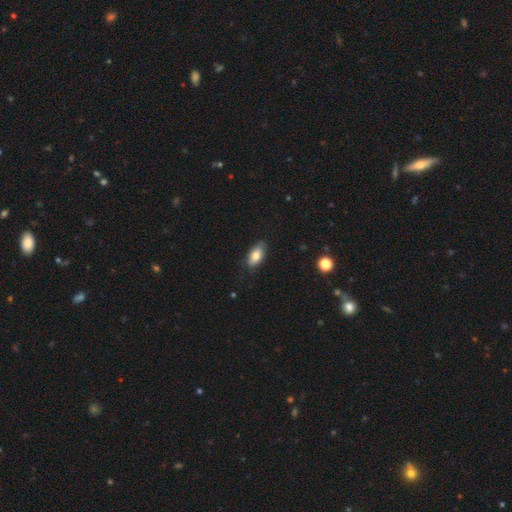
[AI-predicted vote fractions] smooth_or_featured: smooth (p=0.78) [alt: featured or disk p=0.16]
how_rounded: in between (p=0.91) [alt: cigar-shaped p=0.06]
merging: none (p=0.77) [alt: minor disturbance p=0.19]